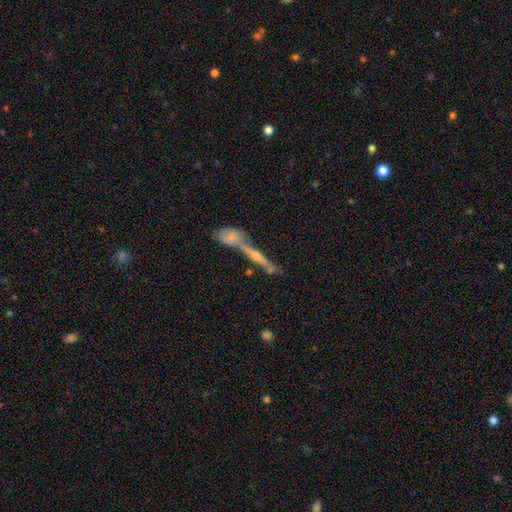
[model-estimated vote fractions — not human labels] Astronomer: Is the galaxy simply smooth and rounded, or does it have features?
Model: featured or disk — 73%.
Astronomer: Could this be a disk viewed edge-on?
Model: yes — 91%.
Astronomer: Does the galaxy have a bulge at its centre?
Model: rounded — 84%.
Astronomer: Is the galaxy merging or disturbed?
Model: none — 48% (runner-up: merger, 38%).